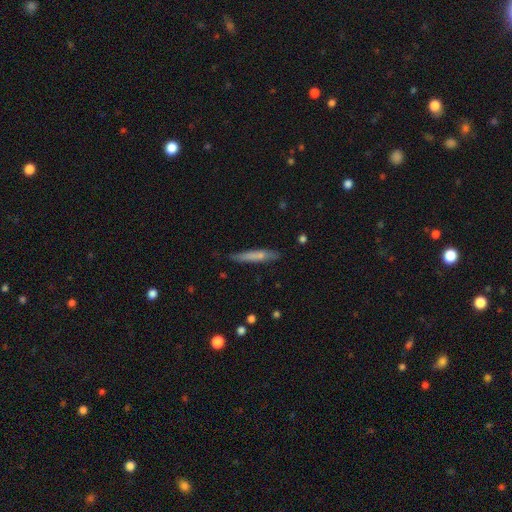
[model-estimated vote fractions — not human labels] A smooth galaxy with no disk features (63%) that is cigar-shaped (92%). Merging: none (80%).